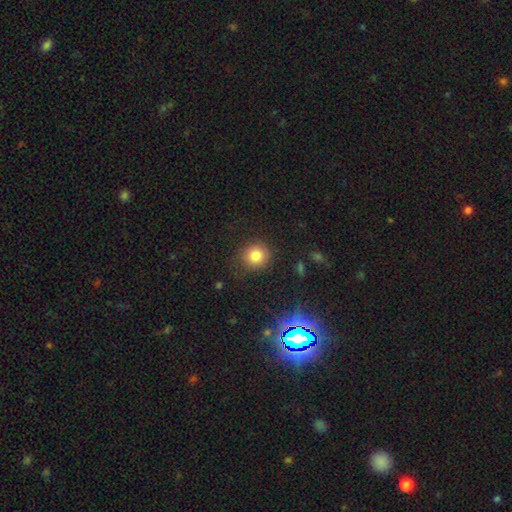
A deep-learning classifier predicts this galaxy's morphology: type=smooth (81%); roundness=round (88%); merging=none (84%).